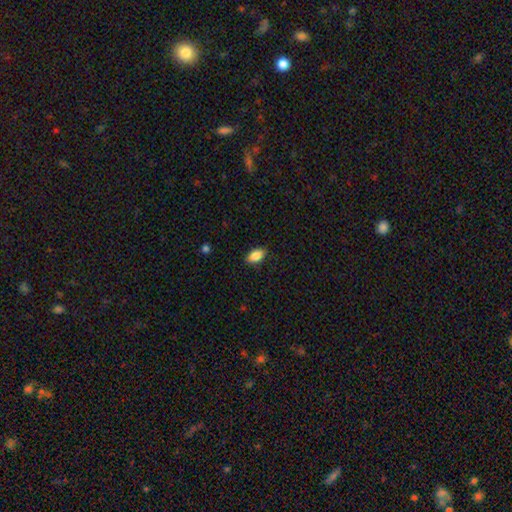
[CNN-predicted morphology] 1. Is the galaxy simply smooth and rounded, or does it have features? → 87% smooth, 8% star or artifact, 6% featured or disk.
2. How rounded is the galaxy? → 91% in between, 6% round, 3% cigar-shaped.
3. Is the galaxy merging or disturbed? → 88% none, 9% minor disturbance, 2% major disturbance, 1% merger.